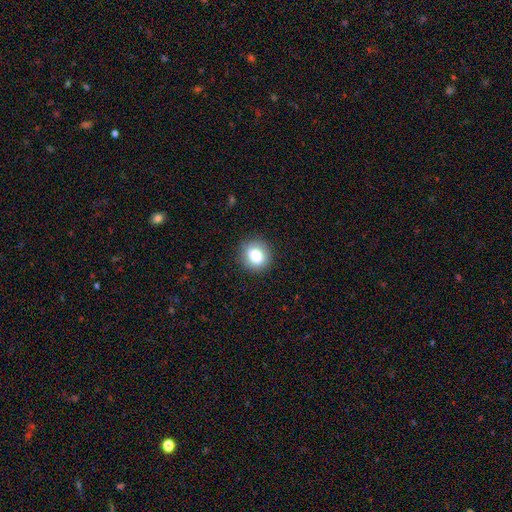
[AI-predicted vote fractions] The model was most divided on "how rounded": round: 78%, in between: 21%, cigar-shaped: 1%. More confident: merging — none (84%); smooth or featured — smooth (78%).